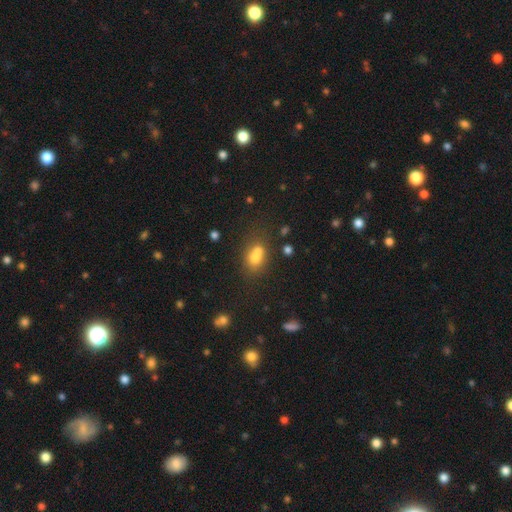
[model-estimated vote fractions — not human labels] Morphology: type=smooth (65%); roundness=in between (51%); merging=merger (50%).